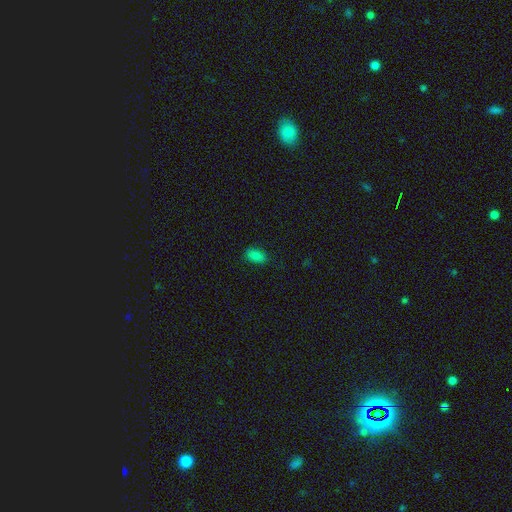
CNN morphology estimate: This is clearly a smooth galaxy (84%). How rounded: clearly in between (92%). Merging: clearly none (85%).